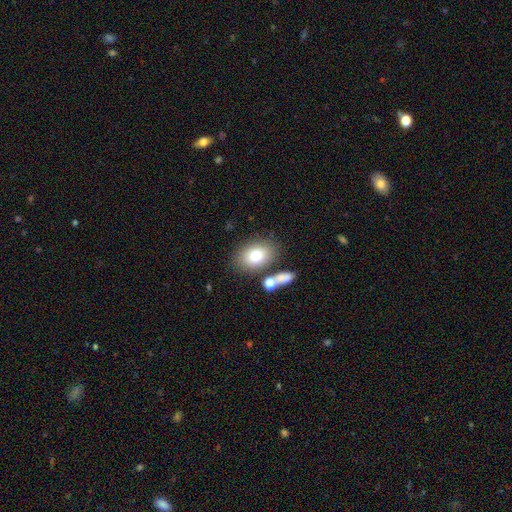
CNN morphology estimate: The model was most divided on "how rounded": in between: 79%, round: 20%, cigar-shaped: 1%. More confident: smooth or featured — smooth (78%); merging — none (72%).